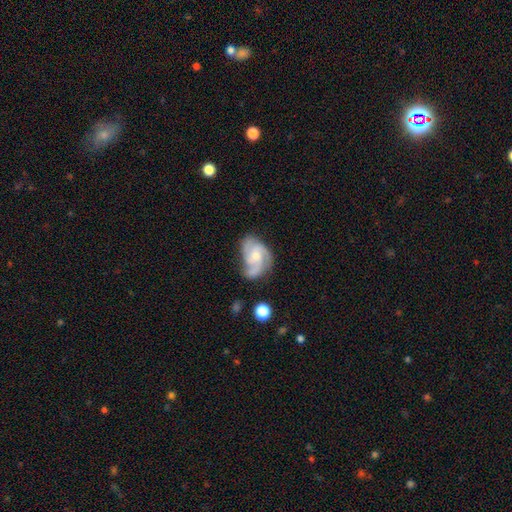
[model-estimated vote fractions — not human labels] A featured or disk galaxy (78%) with no bar (65%), 3 (66%) medium (51%) spiral arms (94%) and a small central bulge (51%).

Vote fractions:
- Smooth or featured? featured or disk: 78% / smooth: 16% / star or artifact: 6%
- Edge-on disk? no: 98% / yes: 2%
- Bar? no: 65% / weak: 30% / strong: 5%
- Spiral arms? yes: 94% / no: 6%
- Spiral winding? medium: 51% / tight: 29% / loose: 19%
- Spiral arm count? 3: 66% / 2: 11% / 4: 10% / can't tell: 7% / 1: 3% / more than 4: 3%
- Bulge size? small: 51% / moderate: 41% / none: 5% / large: 2% / dominant: 1%
- Merging? none: 51% / minor disturbance: 27% / major disturbance: 16% / merger: 6%